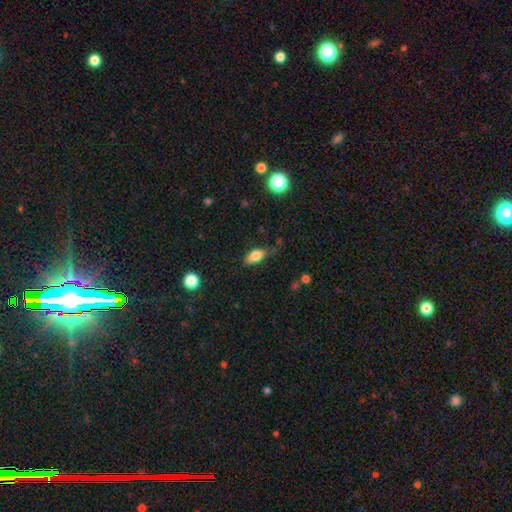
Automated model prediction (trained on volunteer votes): This appears to be a smooth galaxy with no disk features (79%) that is in between round and cigar-shaped (86%). Merging: none (67%).